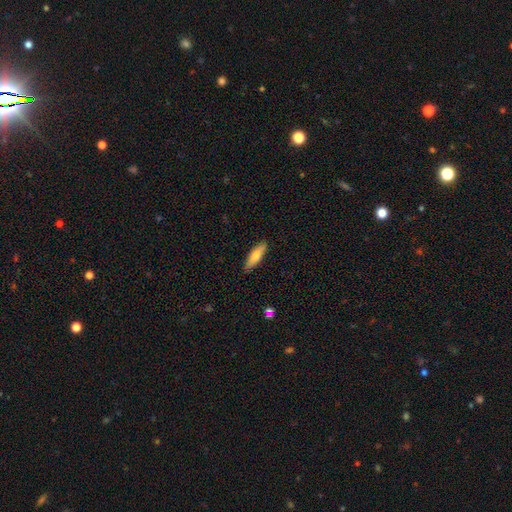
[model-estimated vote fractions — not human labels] smooth 73%, featured or disk 21%, star or artifact 6%. Down the decision tree: how rounded — cigar-shaped (56%); merging — none (88%).